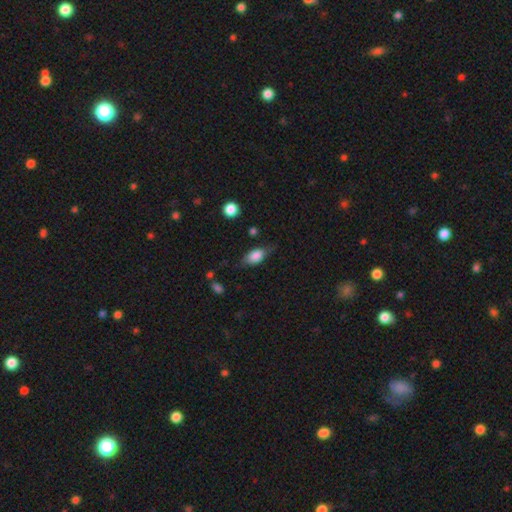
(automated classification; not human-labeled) Smooth or featured? smooth (73%)
How rounded? in between (84%)
Merging? none (63%)